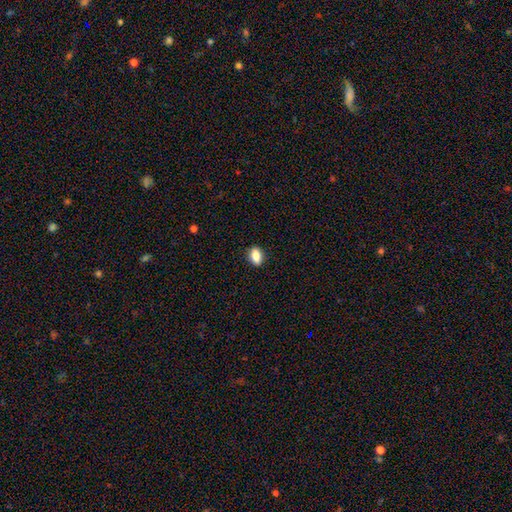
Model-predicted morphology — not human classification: This appears to be a smooth galaxy with no disk features (81%) that is in between round and cigar-shaped (80%). Merging: none (88%).